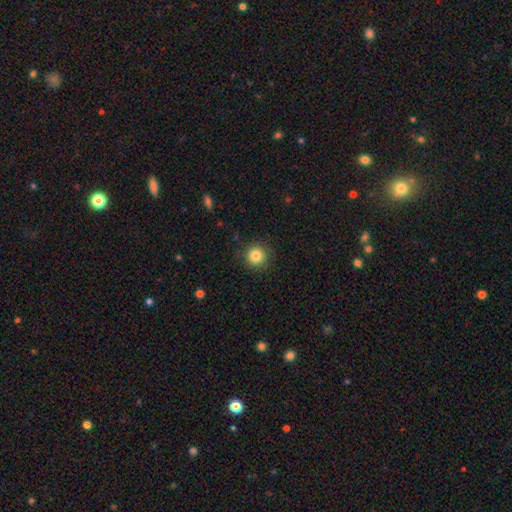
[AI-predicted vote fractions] smooth_or_featured: smooth (p=0.84) [alt: star or artifact p=0.11]
how_rounded: round (p=0.94) [alt: in between p=0.05]
merging: none (p=0.89) [alt: minor disturbance p=0.07]